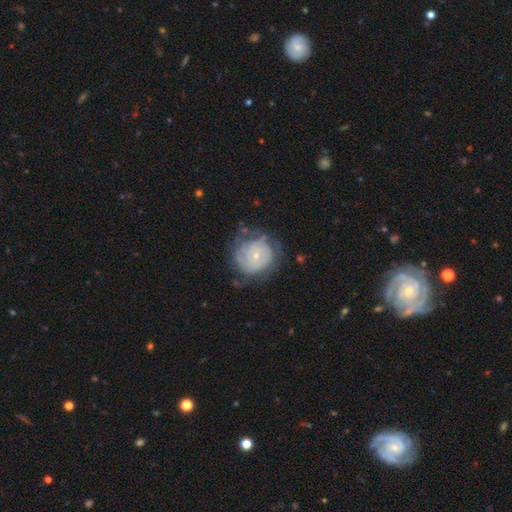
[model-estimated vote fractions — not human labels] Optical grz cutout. It shows a featured or disk galaxy (71%) with no bar (78%), tight (72%) spiral arms (82%) and a small central bulge (75%). Merging: none (60%).